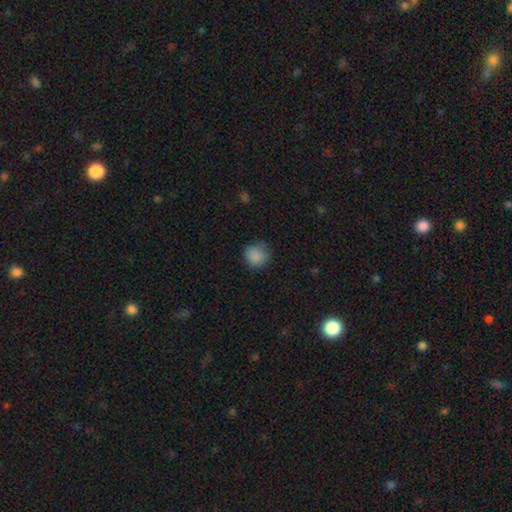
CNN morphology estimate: Smooth or featured?
  - smooth: 85% *
  - star or artifact: 10%
  - featured or disk: 5%
How rounded?
  - round: 86% *
  - in between: 13%
  - cigar-shaped: 1%
Merging?
  - none: 73% *
  - minor disturbance: 20%
  - major disturbance: 5%
  - merger: 1%